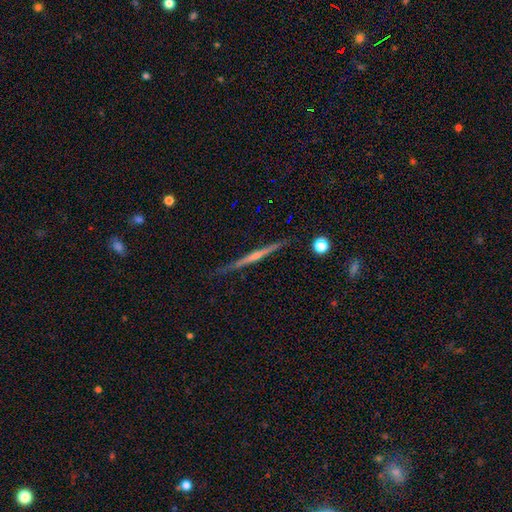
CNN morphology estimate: Smooth or featured? Predicted: featured or disk (p=0.75). Edge-on disk? Predicted: yes (p=0.98). Edge-on bulge? Predicted: rounded (p=0.52). Merging? Predicted: none (p=0.87).